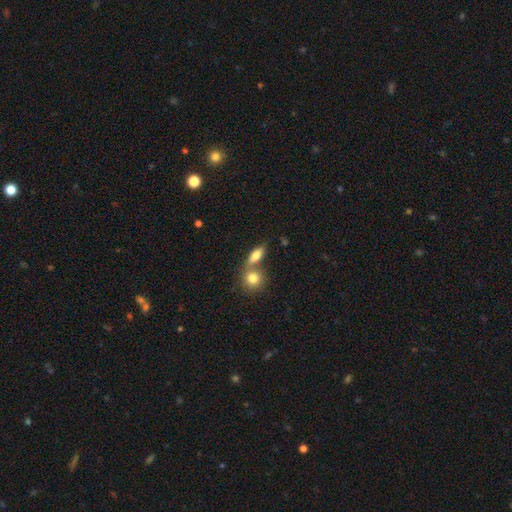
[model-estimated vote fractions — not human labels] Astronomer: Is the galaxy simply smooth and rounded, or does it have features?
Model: smooth — 78%.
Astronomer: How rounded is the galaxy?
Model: in between — 68%.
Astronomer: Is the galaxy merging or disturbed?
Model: none — 45% (runner-up: merger, 42%).